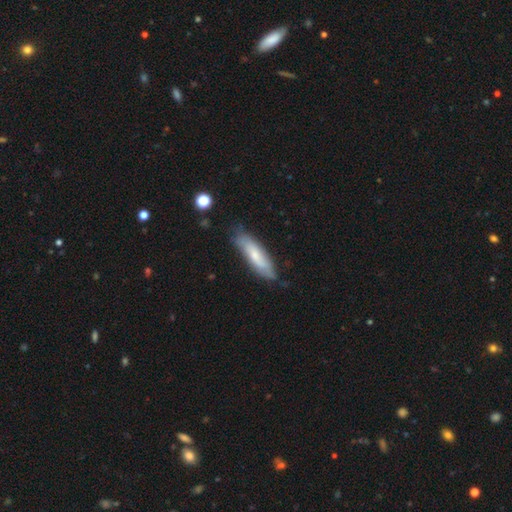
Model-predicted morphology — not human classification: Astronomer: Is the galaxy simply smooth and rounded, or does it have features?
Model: smooth — 57% (runner-up: featured or disk, 37%).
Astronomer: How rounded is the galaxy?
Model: cigar-shaped — 63%.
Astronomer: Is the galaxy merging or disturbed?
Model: none — 71%.